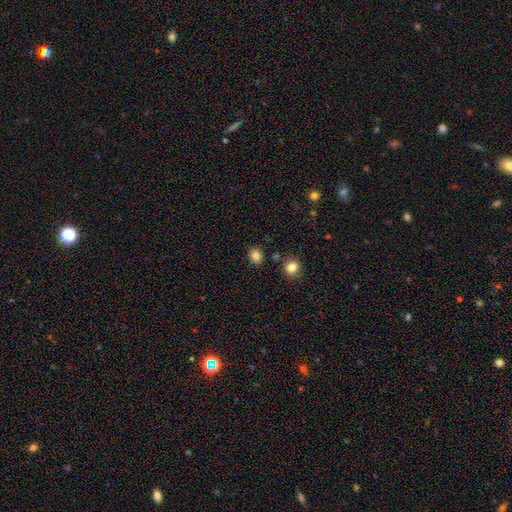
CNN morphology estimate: Smooth or featured?
  - smooth: 84% *
  - star or artifact: 11%
  - featured or disk: 5%
How rounded?
  - round: 70% *
  - in between: 29%
  - cigar-shaped: 1%
Merging?
  - none: 85% *
  - minor disturbance: 8%
  - merger: 4%
  - major disturbance: 2%